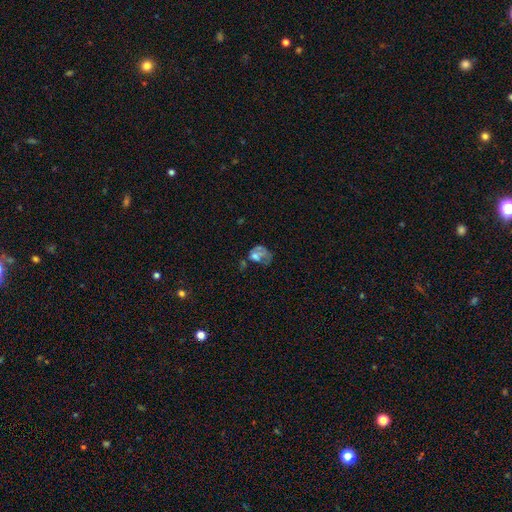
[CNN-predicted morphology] Q: Smooth or featured?
A: smooth (48%); runner-up: featured or disk (39%)
Q: Merging?
A: major disturbance (45%); runner-up: none (21%)